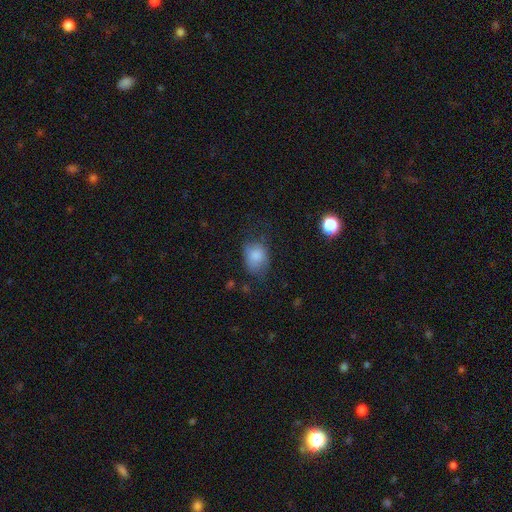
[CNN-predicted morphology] This appears to be a smooth galaxy with no disk features (81%) that is in between round and cigar-shaped (60%). Merging: none (47%).